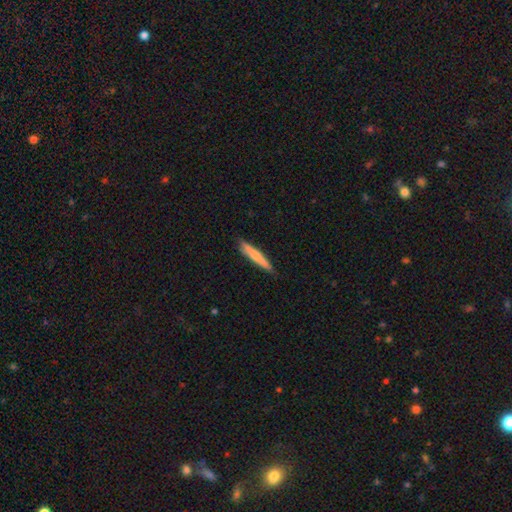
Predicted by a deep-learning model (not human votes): A smooth galaxy with no disk features (69%) that is cigar-shaped (93%).

Vote fractions:
- Smooth or featured? smooth: 69% / featured or disk: 26% / star or artifact: 5%
- How rounded? cigar-shaped: 93% / in between: 5% / round: 1%
- Merging? none: 87% / minor disturbance: 10% / major disturbance: 2% / merger: 1%